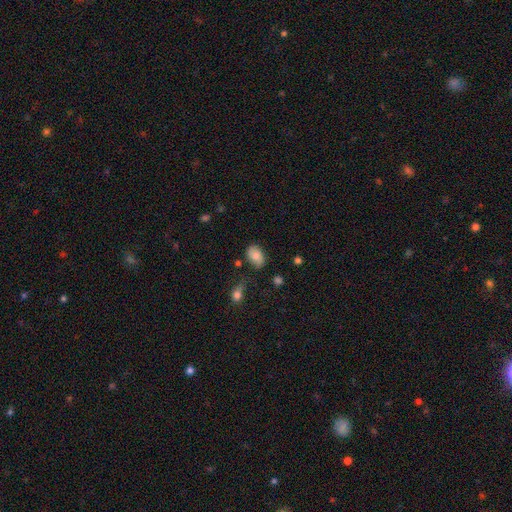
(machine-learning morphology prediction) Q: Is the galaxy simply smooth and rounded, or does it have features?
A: smooth — 78%.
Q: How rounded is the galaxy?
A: in between — 88%.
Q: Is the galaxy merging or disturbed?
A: none — 62%.